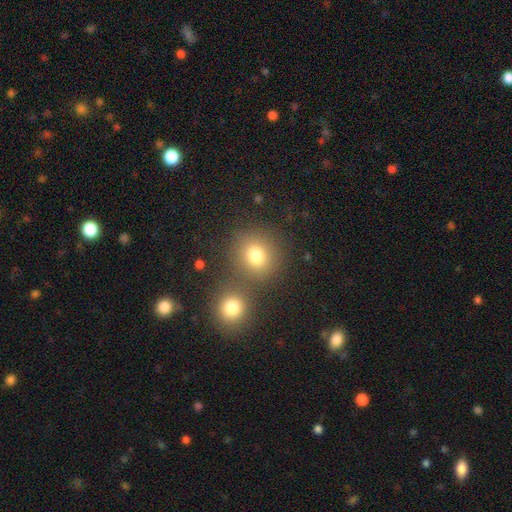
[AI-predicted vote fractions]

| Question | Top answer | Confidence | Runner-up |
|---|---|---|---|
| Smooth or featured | smooth | 78% | star or artifact (14%) |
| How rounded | round | 84% | in between (15%) |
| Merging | none | 66% | merger (23%) |